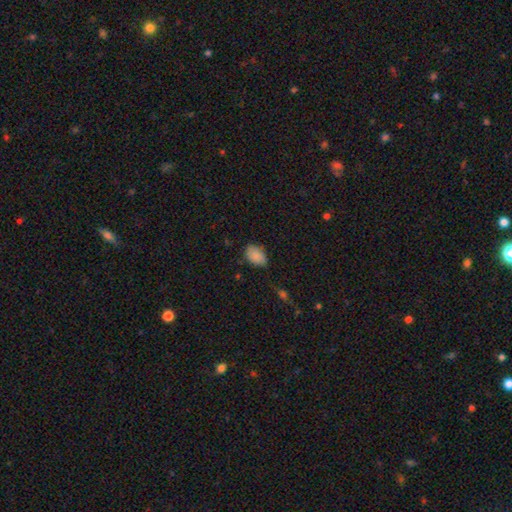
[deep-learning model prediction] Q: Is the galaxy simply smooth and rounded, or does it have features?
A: smooth — 86%.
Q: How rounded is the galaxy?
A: in between — 84%.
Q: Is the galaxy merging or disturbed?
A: none — 69%.